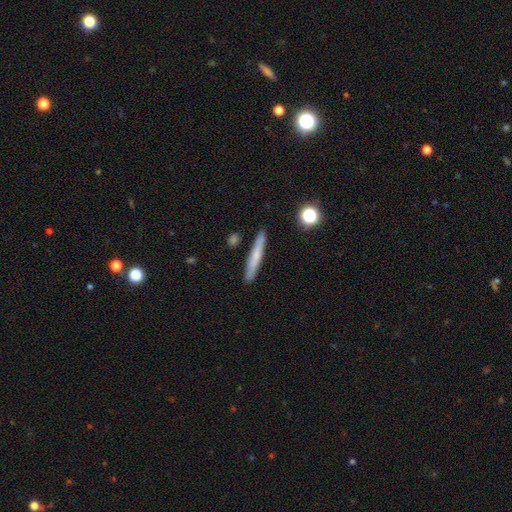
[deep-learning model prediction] smooth_or_featured: smooth (p=0.62) [alt: featured or disk p=0.31]
how_rounded: cigar-shaped (p=0.94) [alt: in between p=0.04]
merging: none (p=0.88) [alt: minor disturbance p=0.08]